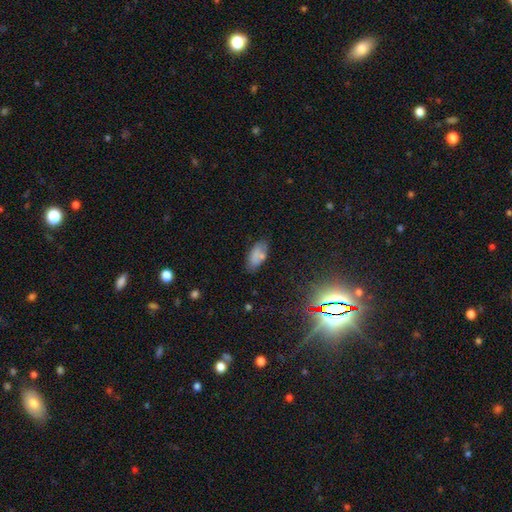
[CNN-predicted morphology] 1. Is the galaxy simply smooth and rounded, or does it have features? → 74% smooth, 15% featured or disk, 11% star or artifact.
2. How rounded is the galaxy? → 92% in between, 5% cigar-shaped, 3% round.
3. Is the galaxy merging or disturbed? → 68% none, 19% minor disturbance, 7% merger, 5% major disturbance.